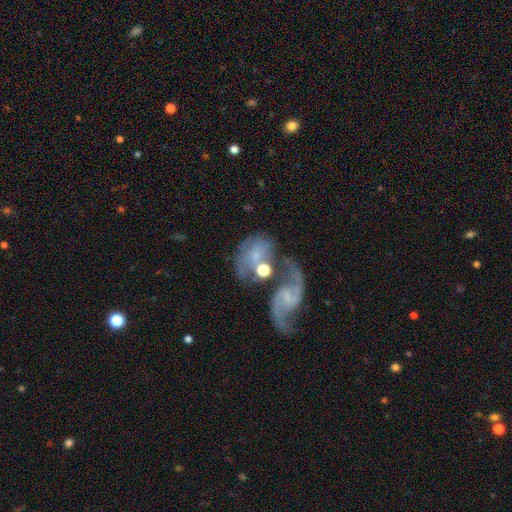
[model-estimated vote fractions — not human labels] This appears to be a featured or disk galaxy (64%) with no bar (53%), 2 (81%) loose (63%) spiral arms (82%) and a small central bulge (44%). Merging: merger (38%).